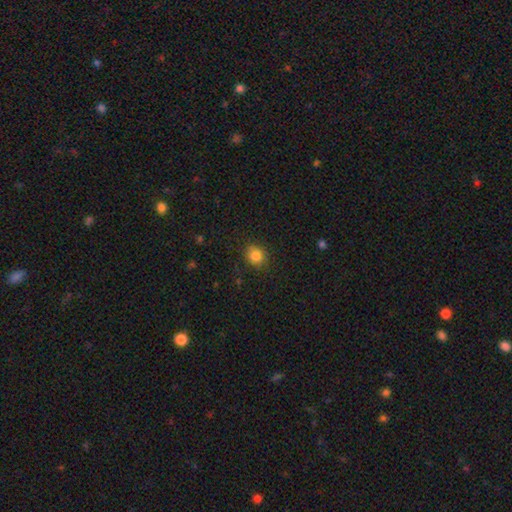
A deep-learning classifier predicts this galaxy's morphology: This is clearly a smooth galaxy (84%). How rounded: clearly round (81%). Merging: clearly none (85%).